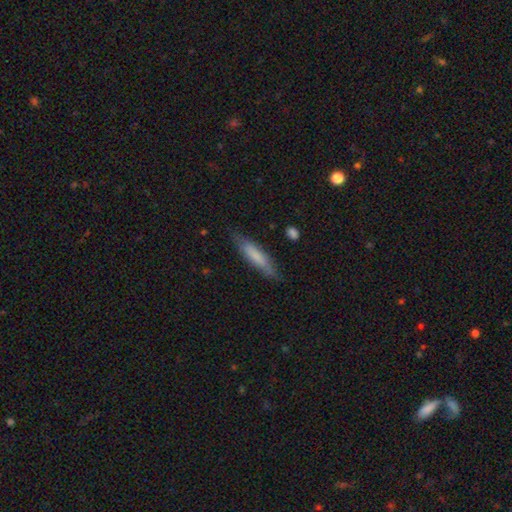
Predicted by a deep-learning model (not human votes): smooth-or-featured: smooth: 72% | featured or disk: 22% | star or artifact: 6%
  how-rounded: cigar-shaped: 83% | in between: 16% | round: 1%
  merging: none: 81% | minor disturbance: 15% | major disturbance: 3% | merger: 1%